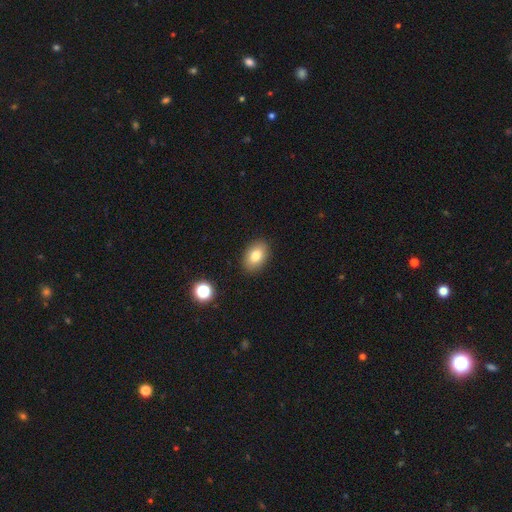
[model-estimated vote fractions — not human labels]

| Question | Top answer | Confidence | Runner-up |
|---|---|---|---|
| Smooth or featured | smooth | 79% | featured or disk (11%) |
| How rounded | in between | 83% | round (16%) |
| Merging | none | 89% | minor disturbance (8%) |